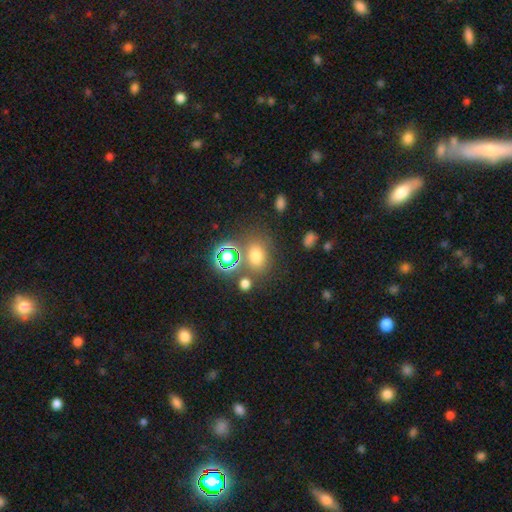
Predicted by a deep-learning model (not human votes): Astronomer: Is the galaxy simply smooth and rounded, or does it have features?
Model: smooth — 68%.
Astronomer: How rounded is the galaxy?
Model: in between — 60% (runner-up: round, 38%).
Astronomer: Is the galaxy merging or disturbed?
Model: none — 66%.